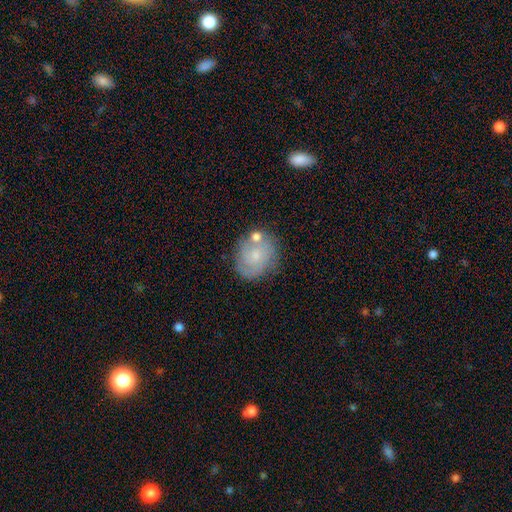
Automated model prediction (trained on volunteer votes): smooth_or_featured: featured or disk (p=0.52) [alt: smooth p=0.40]
disk_edge_on: no (p=0.97) [alt: yes p=0.03]
bar: no (p=0.78) [alt: weak p=0.19]
has_spiral_arms: yes (p=0.78) [alt: no p=0.22]
bulge_size: small (p=0.64) [alt: moderate p=0.26]
merging: none (p=0.64) [alt: minor disturbance p=0.19]